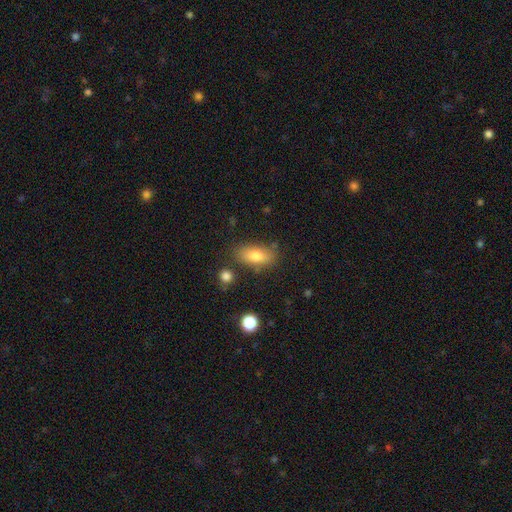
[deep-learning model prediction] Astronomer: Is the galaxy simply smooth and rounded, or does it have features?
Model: smooth — 79%.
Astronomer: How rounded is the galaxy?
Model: in between — 85%.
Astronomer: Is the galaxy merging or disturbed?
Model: none — 78%.